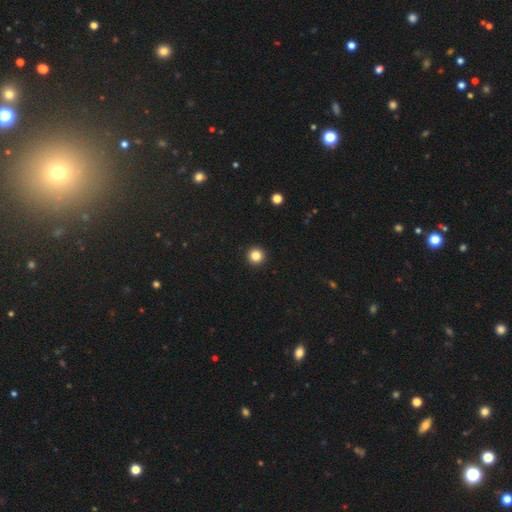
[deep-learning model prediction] Smooth or featured: smooth — 84% (star or artifact — 12%)
How rounded: round — 96% (in between — 3%)
Merging: none — 94% (minor disturbance — 3%)